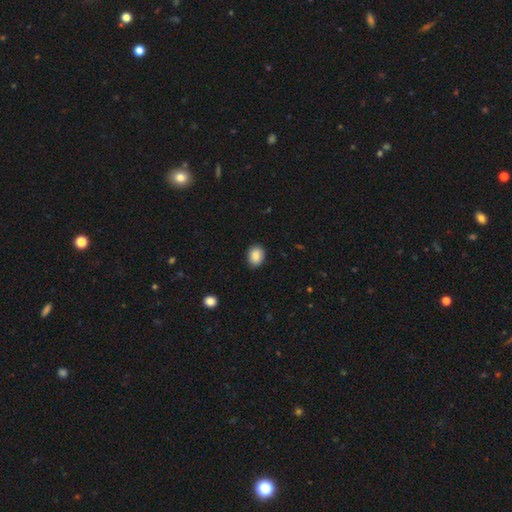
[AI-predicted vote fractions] Smooth or featured? Predicted: smooth (p=0.88). How rounded? Predicted: in between (p=0.51). Merging? Predicted: none (p=0.88).